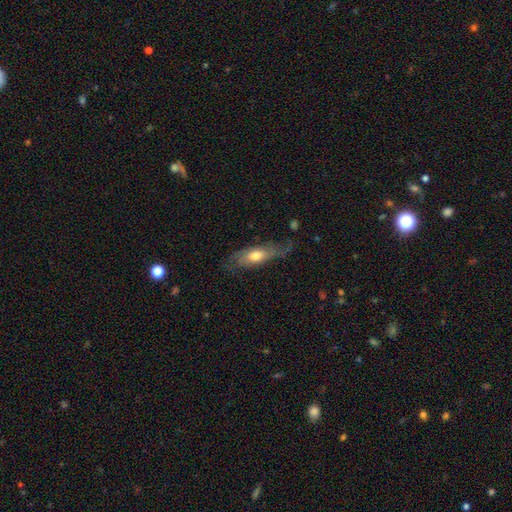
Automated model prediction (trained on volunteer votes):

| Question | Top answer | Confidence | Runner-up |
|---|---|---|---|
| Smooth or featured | featured or disk | 51% | smooth (43%) |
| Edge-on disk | no | 69% | yes (31%) |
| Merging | none | 54% | minor disturbance (27%) |